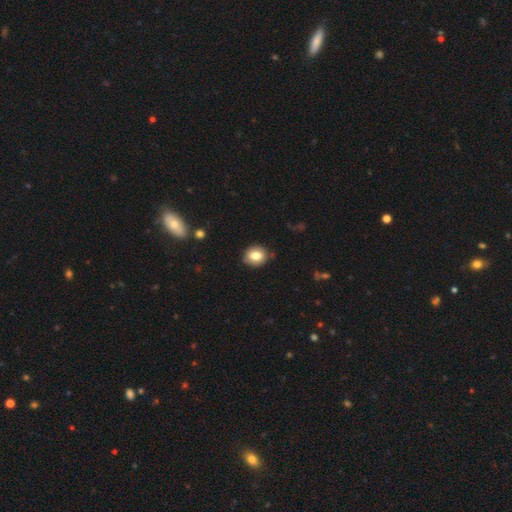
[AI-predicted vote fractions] Smooth or featured? smooth (80%)
How rounded? round (75%)
Merging? none (84%)